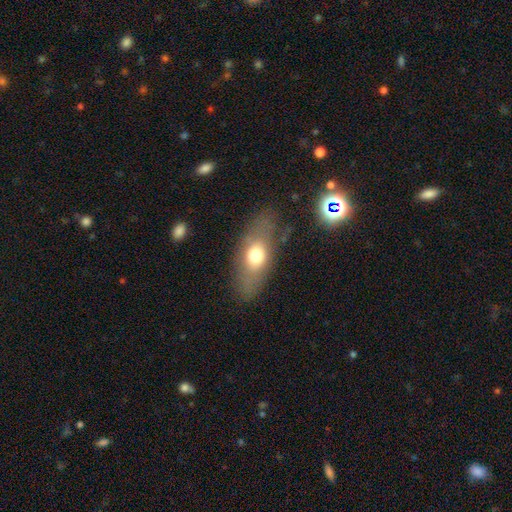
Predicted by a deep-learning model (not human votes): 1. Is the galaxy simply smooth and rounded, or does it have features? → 63% smooth, 29% featured or disk, 9% star or artifact.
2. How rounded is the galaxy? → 75% in between, 17% cigar-shaped, 8% round.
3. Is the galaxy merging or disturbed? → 75% none, 15% minor disturbance, 8% major disturbance, 2% merger.